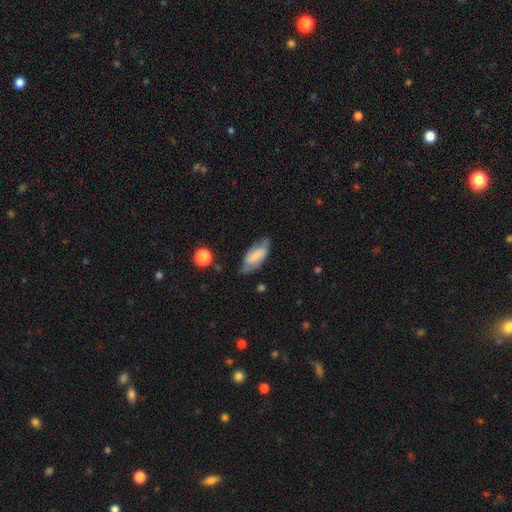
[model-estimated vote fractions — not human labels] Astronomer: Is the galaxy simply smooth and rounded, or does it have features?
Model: smooth — 63%.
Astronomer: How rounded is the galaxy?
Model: in between — 85%.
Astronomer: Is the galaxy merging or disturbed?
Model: none — 60%.